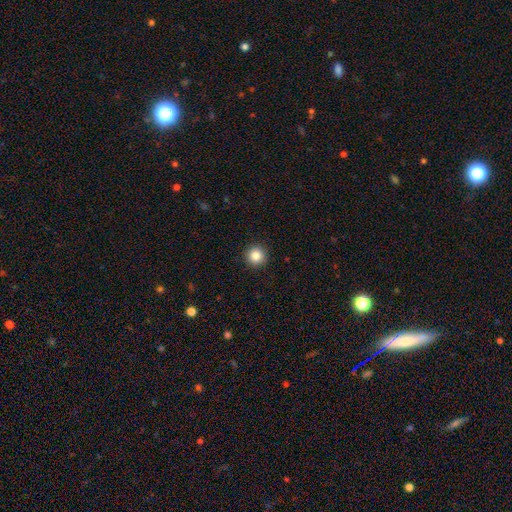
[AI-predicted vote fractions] Smooth or featured? Predicted: smooth (p=0.86). How rounded? Predicted: round (p=0.96). Merging? Predicted: none (p=0.93).